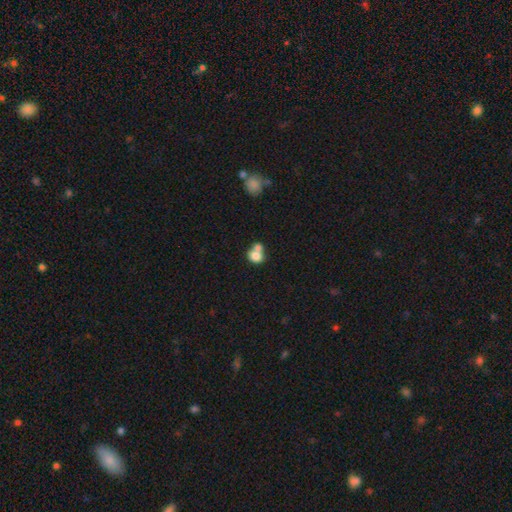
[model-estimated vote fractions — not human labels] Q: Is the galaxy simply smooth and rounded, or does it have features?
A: smooth — 77%.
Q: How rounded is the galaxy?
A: round — 60%.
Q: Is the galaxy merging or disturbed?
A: merger — 57%.